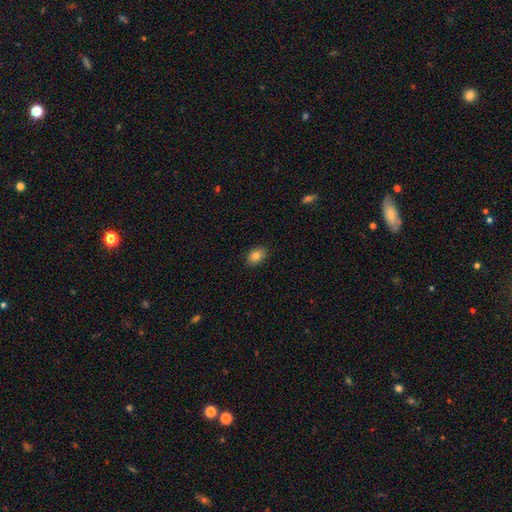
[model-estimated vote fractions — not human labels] Q: Smooth or featured?
A: smooth (83%); runner-up: star or artifact (9%)
Q: How rounded?
A: in between (78%); runner-up: round (20%)
Q: Merging?
A: none (87%); runner-up: minor disturbance (10%)